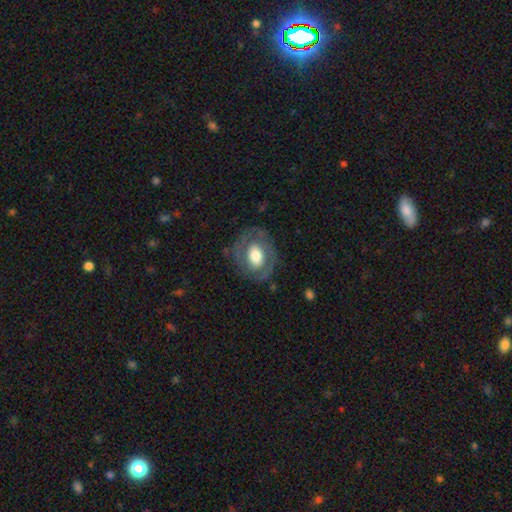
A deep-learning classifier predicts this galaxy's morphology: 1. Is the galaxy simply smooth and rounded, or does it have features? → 51% featured or disk, 42% smooth, 6% star or artifact.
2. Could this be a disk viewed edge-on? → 94% no, 6% yes.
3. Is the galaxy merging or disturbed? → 75% none, 15% minor disturbance, 9% major disturbance, 1% merger.